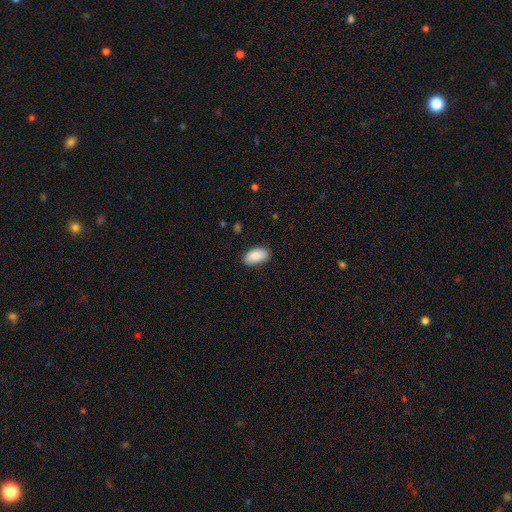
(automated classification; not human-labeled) Overall: smooth (90%). How rounded: in between (95%). Merging: none (85%).